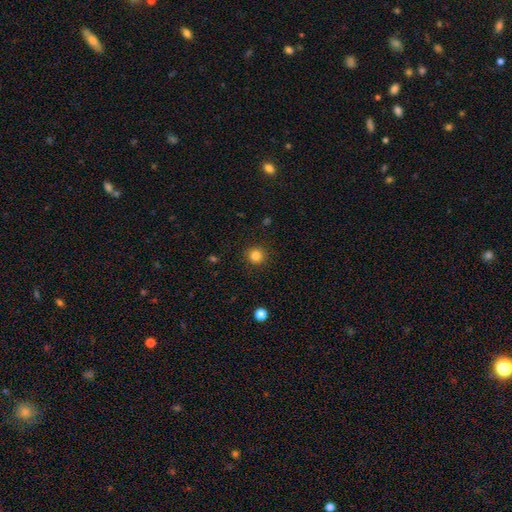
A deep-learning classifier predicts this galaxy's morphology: Q: Smooth or featured?
A: smooth (83%); runner-up: star or artifact (12%)
Q: How rounded?
A: round (94%); runner-up: in between (5%)
Q: Merging?
A: none (91%); runner-up: minor disturbance (6%)